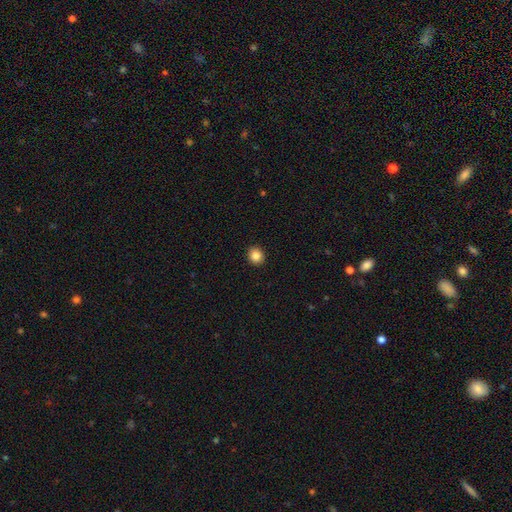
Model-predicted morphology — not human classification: Smooth or featured? Predicted: smooth (p=0.85). How rounded? Predicted: round (p=0.78). Merging? Predicted: none (p=0.93).